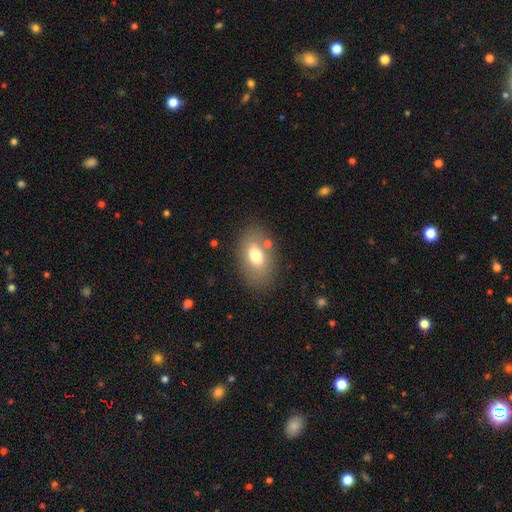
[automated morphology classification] This appears to be a smooth galaxy with no disk features (71%) that is in between round and cigar-shaped (86%). Merging: none (77%).